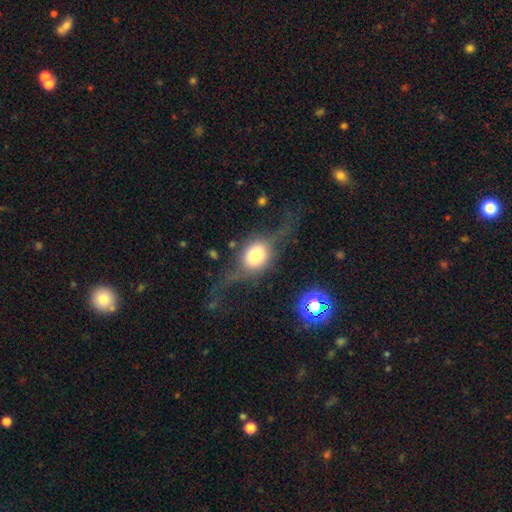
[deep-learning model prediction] Smooth or featured? featured or disk (48%)
Merging? none (43%)